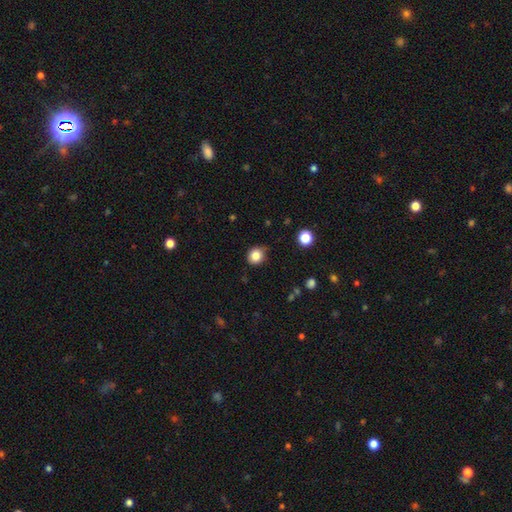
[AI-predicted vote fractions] Morphology: type=smooth (83%); roundness=round (80%); merging=none (75%).